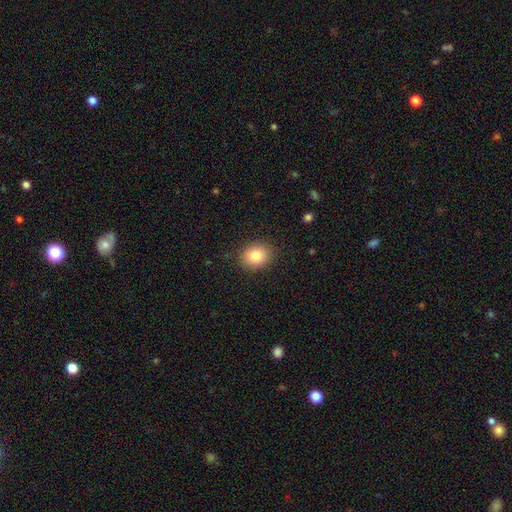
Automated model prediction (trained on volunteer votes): Smooth or featured? Predicted: smooth (p=0.83). How rounded? Predicted: round (p=0.56). Merging? Predicted: none (p=0.88).